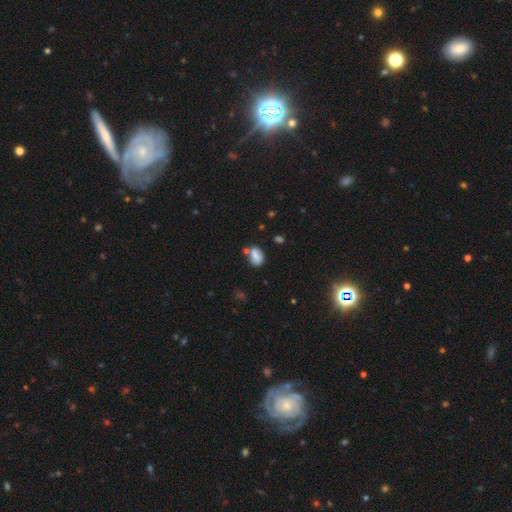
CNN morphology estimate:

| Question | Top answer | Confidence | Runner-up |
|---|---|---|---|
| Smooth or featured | smooth | 76% | featured or disk (13%) |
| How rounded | in between | 74% | round (25%) |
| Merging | none | 57% | minor disturbance (19%) |